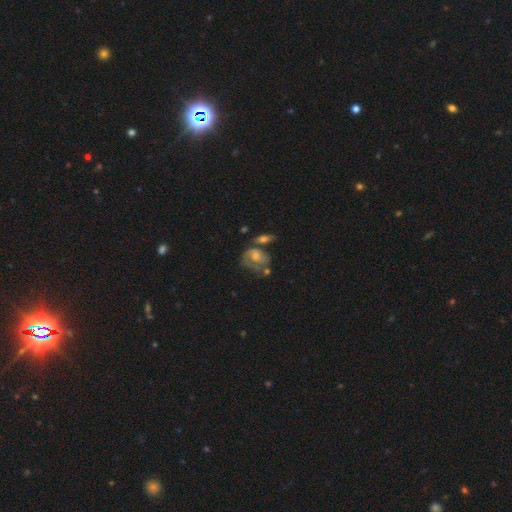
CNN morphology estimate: This is possibly a featured or disk galaxy (55%). It is clearly not viewed edge-on (96%). Bar: likely no (76%). Spiral arm pattern: likely yes (63%). Central bulge: possibly moderate (55%). Merging: marginally none (36%).